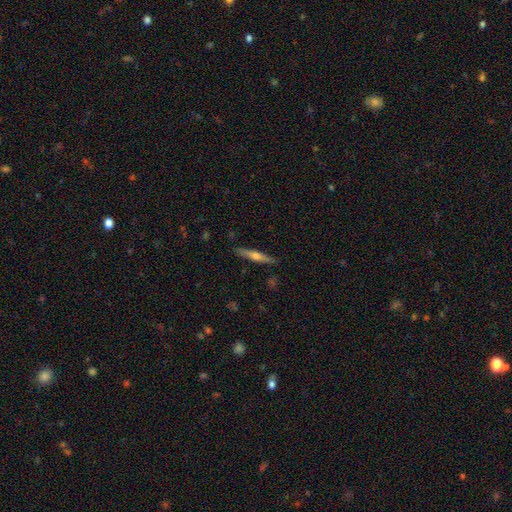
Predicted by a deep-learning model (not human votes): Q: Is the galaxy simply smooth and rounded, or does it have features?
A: featured or disk — 63%.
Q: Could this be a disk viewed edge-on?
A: yes — 96%.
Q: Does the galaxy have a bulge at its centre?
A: rounded — 85%.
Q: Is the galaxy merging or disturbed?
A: none — 89%.